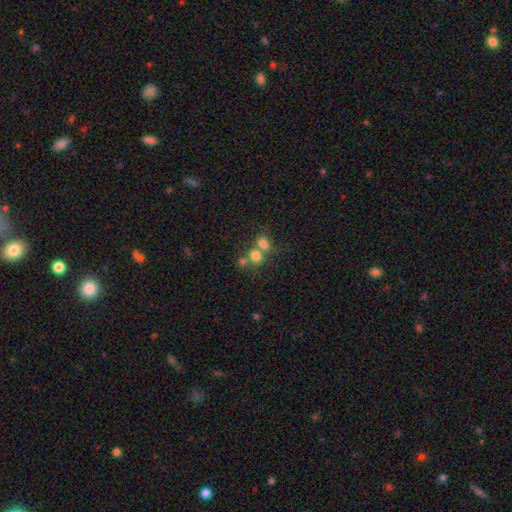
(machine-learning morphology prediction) Smooth or featured? Predicted: smooth (p=0.75). How rounded? Predicted: round (p=0.60). Merging? Predicted: merger (p=0.51).